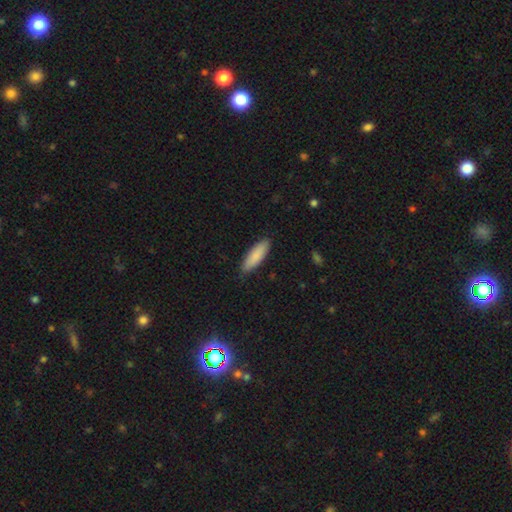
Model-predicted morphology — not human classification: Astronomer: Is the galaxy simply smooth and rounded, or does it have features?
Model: smooth — 86%.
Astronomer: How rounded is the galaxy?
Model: cigar-shaped — 53% (runner-up: in between, 45%).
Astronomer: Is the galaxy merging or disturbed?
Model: none — 87%.